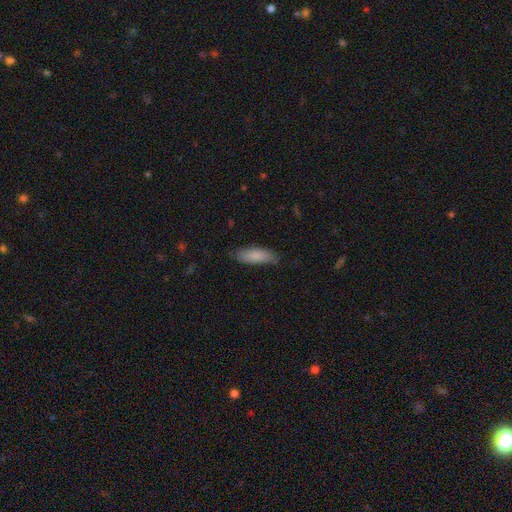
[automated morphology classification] A smooth galaxy with no disk features (84%) that is in between round and cigar-shaped (56%). Merging: none (78%).